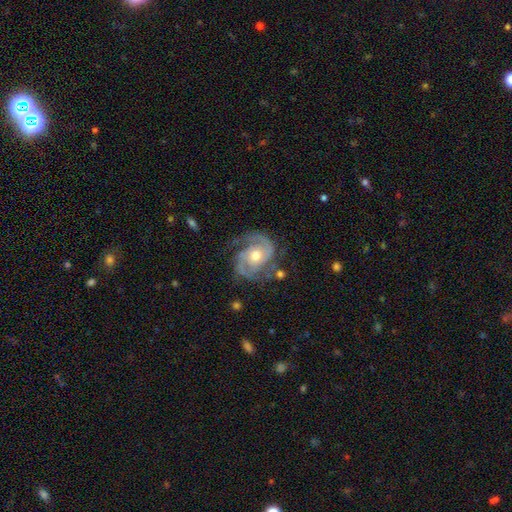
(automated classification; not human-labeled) Smooth or featured: featured or disk — 91% (smooth — 5%)
Edge-on disk: no — 98% (yes — 2%)
Bar: no — 70% (weak — 24%)
Spiral arms: yes — 98% (no — 2%)
Spiral winding: medium — 46% (tight — 44%)
Spiral arm count: 2 — 67% (3 — 18%)
Bulge size: moderate — 73% (small — 20%)
Merging: none — 71% (minor disturbance — 19%)